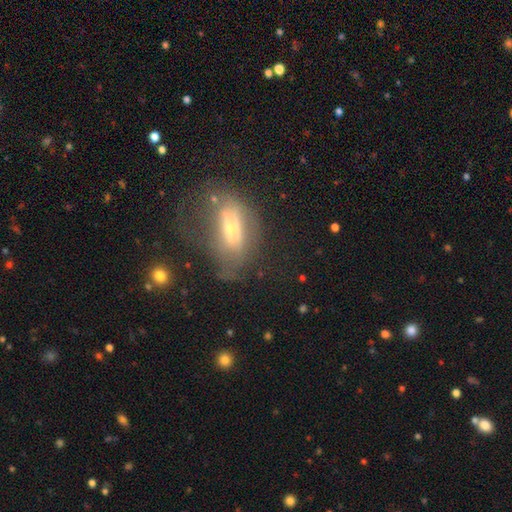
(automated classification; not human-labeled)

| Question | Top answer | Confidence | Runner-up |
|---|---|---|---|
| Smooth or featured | smooth | 46% | featured or disk (33%) |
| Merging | none | 64% | minor disturbance (19%) |